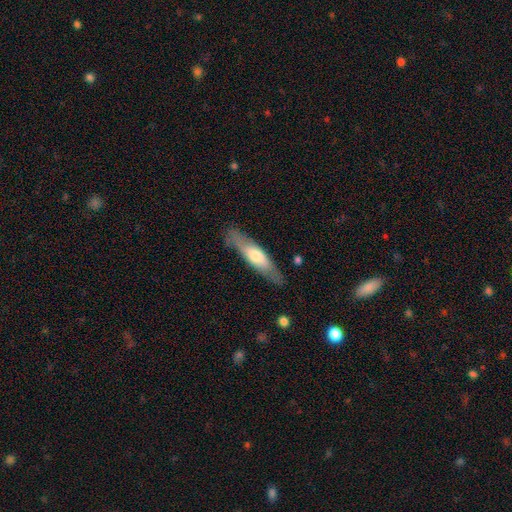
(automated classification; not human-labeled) The model was most divided on "smooth or featured": smooth: 49%, featured or disk: 46%, star or artifact: 5%. More confident: merging — none (83%).